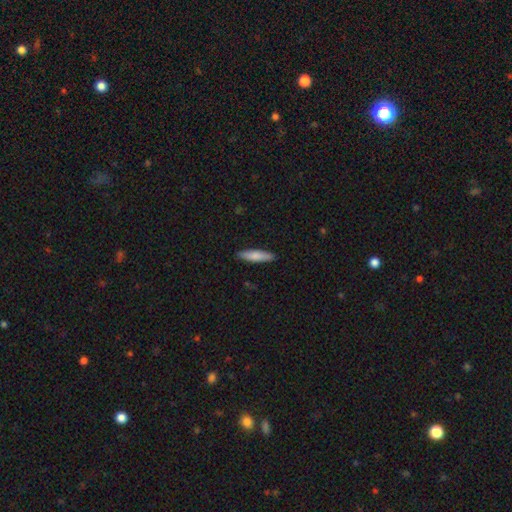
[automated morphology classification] Smooth or featured?
  - smooth: 80% *
  - featured or disk: 14%
  - star or artifact: 6%
How rounded?
  - cigar-shaped: 78% *
  - in between: 21%
  - round: 1%
Merging?
  - none: 90% *
  - minor disturbance: 7%
  - major disturbance: 2%
  - merger: 1%